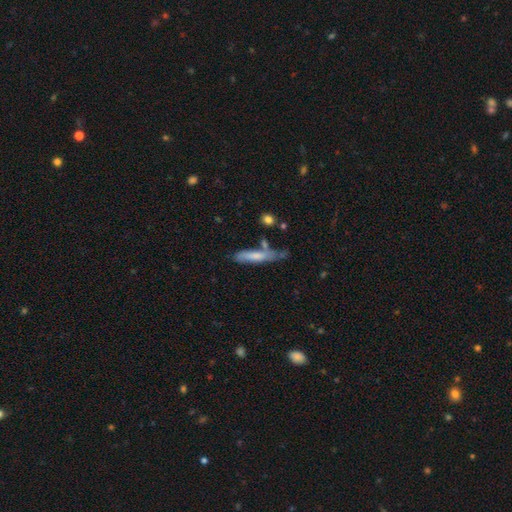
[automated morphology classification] This appears to be a smooth galaxy with no disk features (68%) that is cigar-shaped (83%). Merging: none (53%).